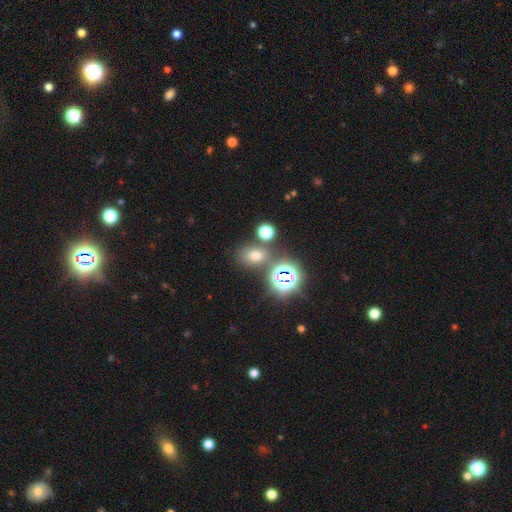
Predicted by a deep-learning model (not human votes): Q: Smooth or featured?
A: smooth (60%); runner-up: star or artifact (31%)
Q: How rounded?
A: in between (57%); runner-up: round (41%)
Q: Merging?
A: none (69%); runner-up: merger (15%)